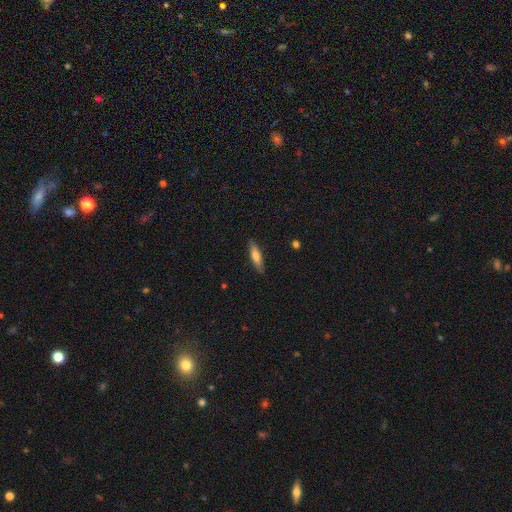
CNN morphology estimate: Overall: smooth (65%; featured or disk 29%). How rounded: cigar-shaped (75%). Merging: none (87%).